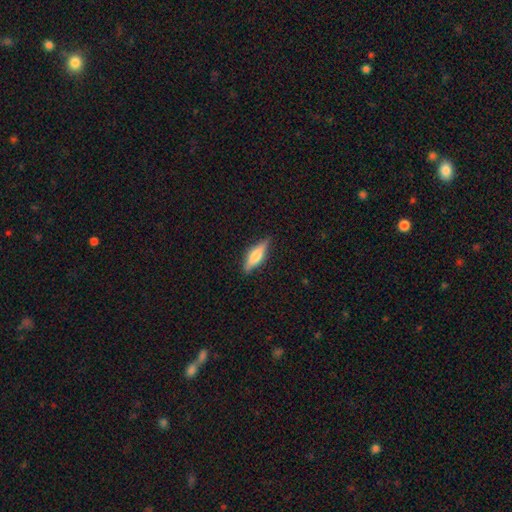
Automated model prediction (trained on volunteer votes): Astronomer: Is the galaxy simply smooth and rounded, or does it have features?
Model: smooth — 56% (runner-up: featured or disk, 38%).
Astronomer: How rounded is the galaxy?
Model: cigar-shaped — 58% (runner-up: in between, 39%).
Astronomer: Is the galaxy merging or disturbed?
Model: none — 86%.